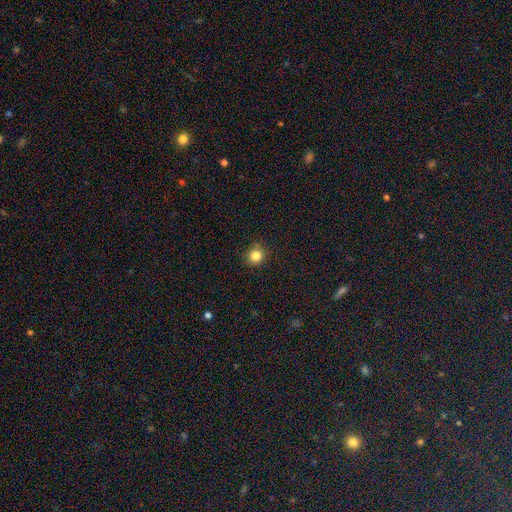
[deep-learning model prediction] Q: Smooth or featured?
A: smooth (83%); runner-up: star or artifact (12%)
Q: How rounded?
A: round (88%); runner-up: in between (11%)
Q: Merging?
A: none (88%); runner-up: minor disturbance (9%)